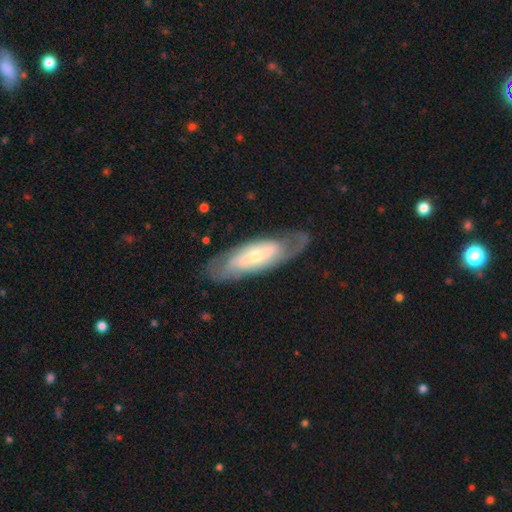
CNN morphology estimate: smooth-or-featured: featured or disk: 72% | smooth: 22% | star or artifact: 5%
  disk-edge-on: no: 82% | yes: 18%
    bar: no: 41% | weak: 35% | strong: 24%
    has-spiral-arms: yes: 85% | no: 15%
      spiral-winding: tight: 43% | medium: 38% | loose: 18%
      spiral-arm-count: 2: 57% | can't tell: 30% | 1: 5% | 3: 5% | 4: 2% | more than 4: 2%
    bulge-size: small: 57% | moderate: 37% | large: 4% | none: 2% | dominant: 1%
  merging: none: 73% | minor disturbance: 18% | major disturbance: 8% | merger: 1%